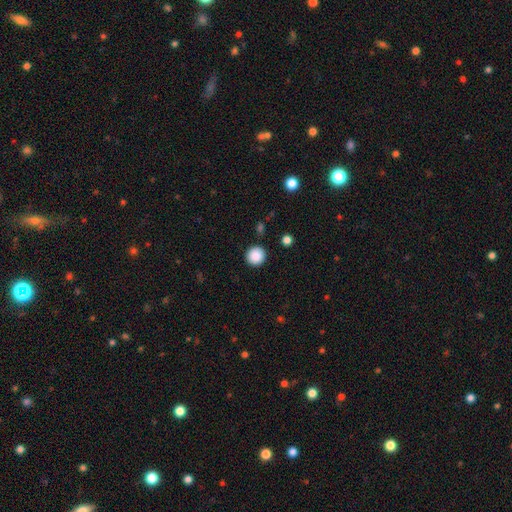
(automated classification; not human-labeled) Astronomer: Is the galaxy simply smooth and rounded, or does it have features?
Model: smooth — 88%.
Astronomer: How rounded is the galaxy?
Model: round — 95%.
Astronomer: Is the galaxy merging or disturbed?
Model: none — 91%.